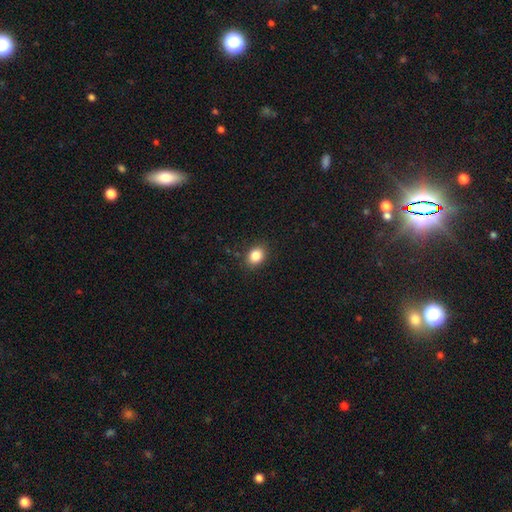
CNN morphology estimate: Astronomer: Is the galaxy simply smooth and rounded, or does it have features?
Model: smooth — 85%.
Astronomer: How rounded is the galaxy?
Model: in between — 59% (runner-up: round, 40%).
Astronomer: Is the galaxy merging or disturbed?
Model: none — 88%.